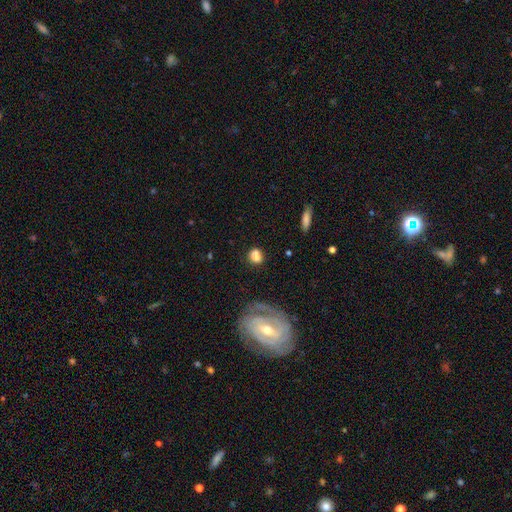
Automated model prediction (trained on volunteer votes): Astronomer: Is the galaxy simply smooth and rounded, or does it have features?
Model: smooth — 74%.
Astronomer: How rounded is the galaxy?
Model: round — 60% (runner-up: in between, 37%).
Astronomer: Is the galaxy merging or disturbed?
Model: none — 58%.